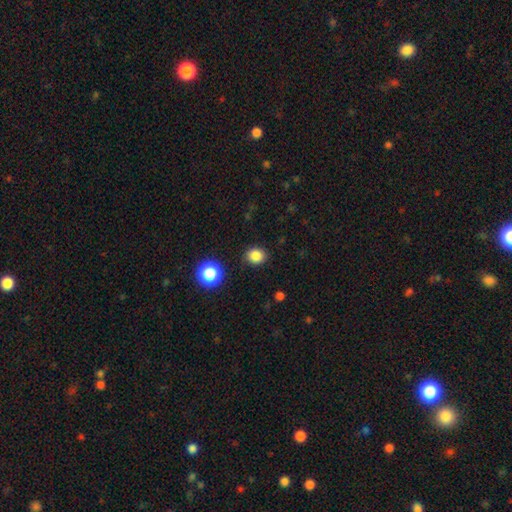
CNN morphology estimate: Smooth or featured: smooth — 84% (star or artifact — 13%)
How rounded: round — 75% (in between — 24%)
Merging: none — 86% (minor disturbance — 9%)